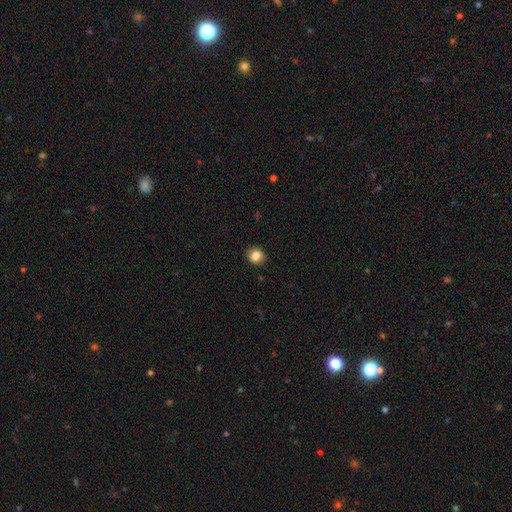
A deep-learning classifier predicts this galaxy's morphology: Overall: smooth (84%). How rounded: round (74%). Merging: none (89%).